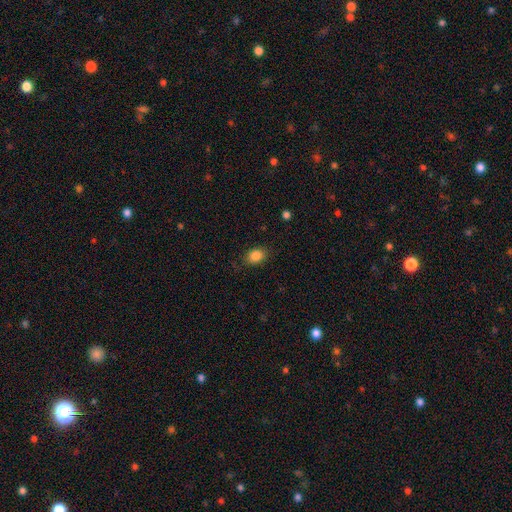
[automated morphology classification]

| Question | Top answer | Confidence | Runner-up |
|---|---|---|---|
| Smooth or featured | smooth | 85% | star or artifact (10%) |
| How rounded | in between | 66% | round (33%) |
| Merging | none | 82% | minor disturbance (13%) |